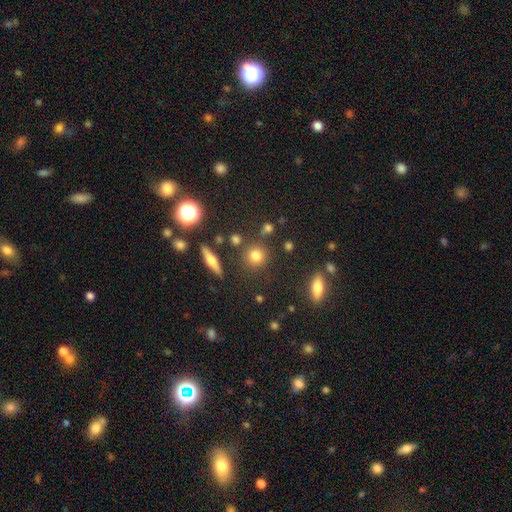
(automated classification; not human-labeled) This appears to be a smooth galaxy with no disk features (75%) that is round (88%). Merging: none (81%).